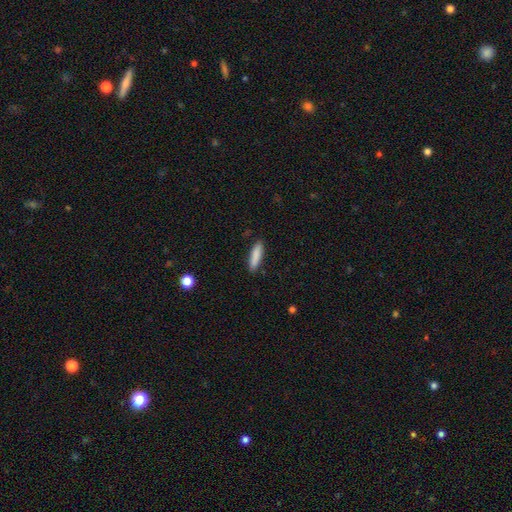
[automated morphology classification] Q: Smooth or featured?
A: smooth (86%); runner-up: featured or disk (8%)
Q: How rounded?
A: cigar-shaped (77%); runner-up: in between (21%)
Q: Merging?
A: none (88%); runner-up: minor disturbance (8%)